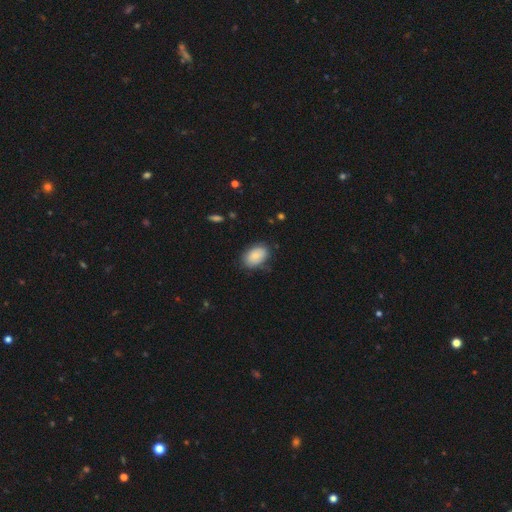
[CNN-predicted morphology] Q: Smooth or featured?
A: smooth (84%); runner-up: featured or disk (9%)
Q: How rounded?
A: in between (88%); runner-up: round (11%)
Q: Merging?
A: none (76%); runner-up: minor disturbance (18%)